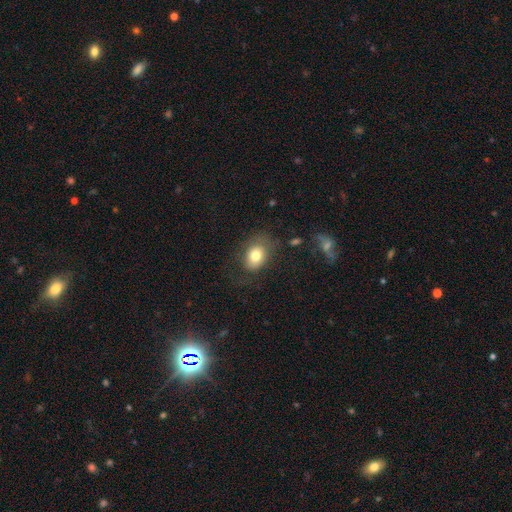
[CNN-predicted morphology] A smooth galaxy with no disk features (76%) that is in between round and cigar-shaped (63%). Merging: none (65%).